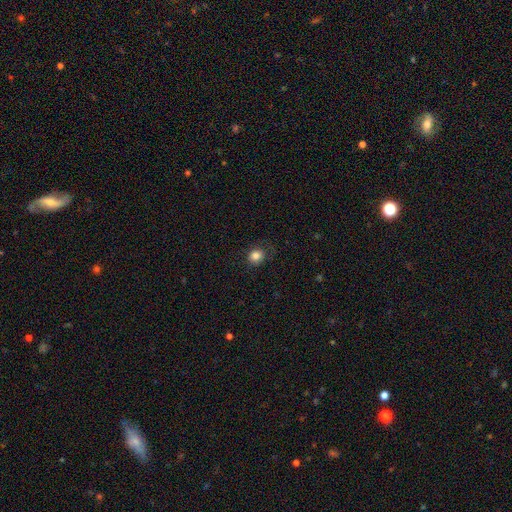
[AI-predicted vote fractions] This appears to be a smooth galaxy with no disk features (84%) that is round (75%). Merging: none (77%).